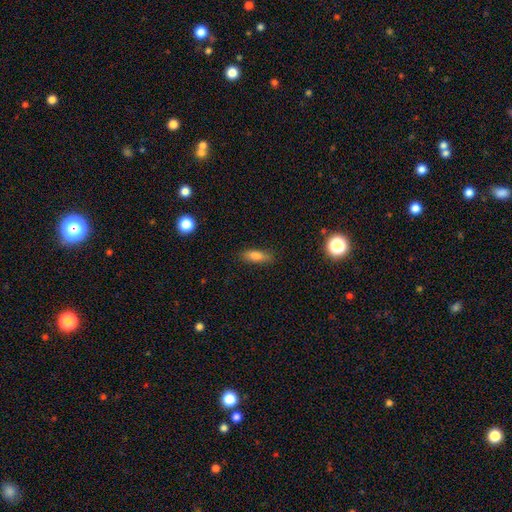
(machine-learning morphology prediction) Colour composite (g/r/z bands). It shows a smooth galaxy with no disk features (80%) that is in between round and cigar-shaped (61%). Merging: none (84%).